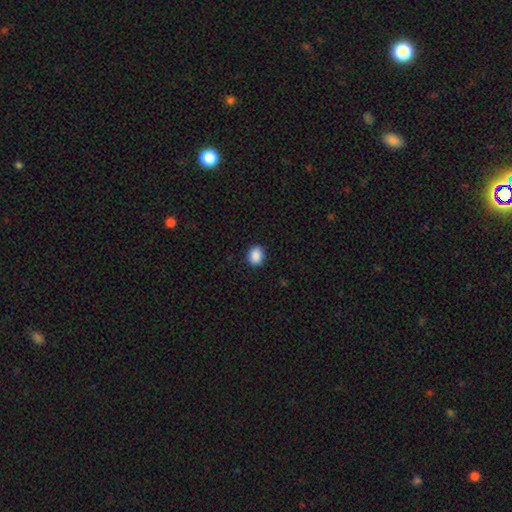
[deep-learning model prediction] smooth 89%, star or artifact 8%, featured or disk 3%. Down the decision tree: how rounded — round (56%); merging — none (90%).